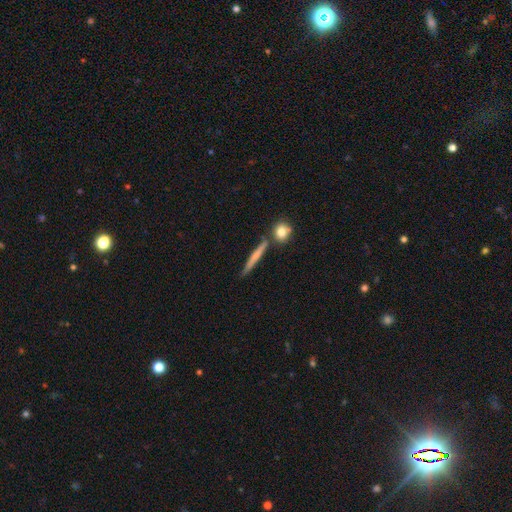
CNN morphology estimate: This appears to be a smooth galaxy with no disk features (58%) that is cigar-shaped (90%). Merging: none (76%).